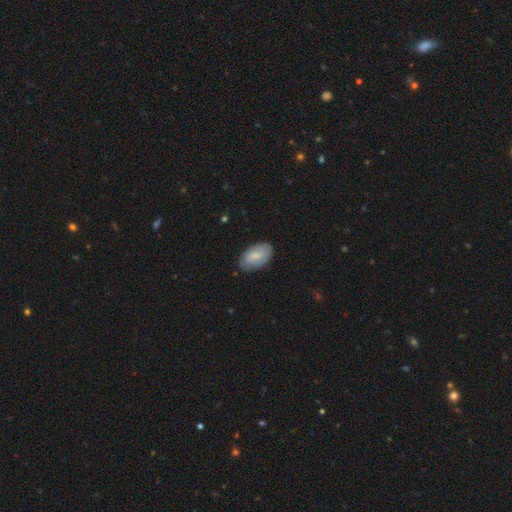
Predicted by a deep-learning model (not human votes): A smooth galaxy with no disk features (71%) that is in between round and cigar-shaped (94%).

Vote fractions:
- Smooth or featured? smooth: 71% / featured or disk: 23% / star or artifact: 6%
- How rounded? in between: 94% / round: 4% / cigar-shaped: 2%
- Merging? none: 78% / minor disturbance: 18% / major disturbance: 3% / merger: 1%